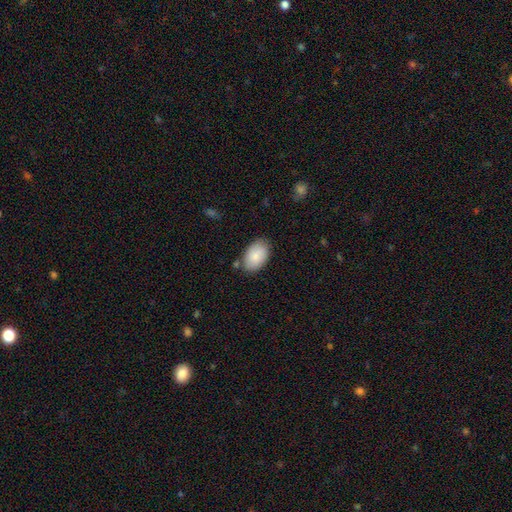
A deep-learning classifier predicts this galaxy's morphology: Overall: smooth (86%). How rounded: in between (93%). Merging: none (79%).